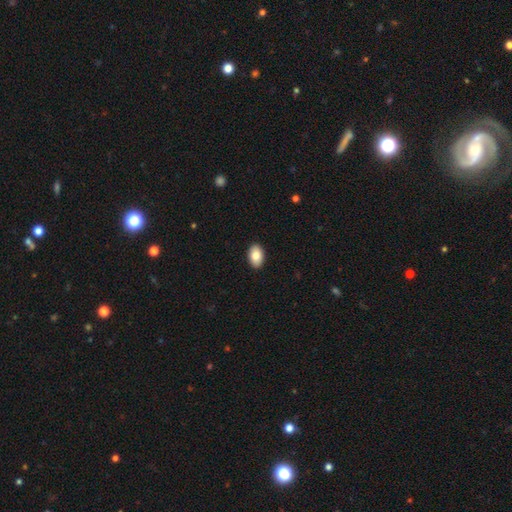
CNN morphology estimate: type=smooth (83%); roundness=in between (91%); merging=none (91%).